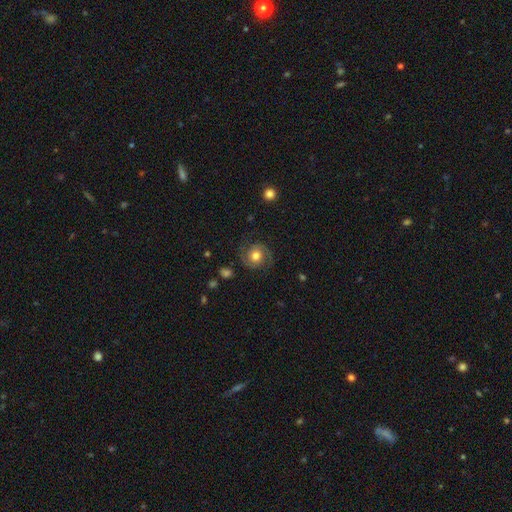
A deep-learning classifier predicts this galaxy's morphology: smooth-or-featured: featured or disk: 69% | smooth: 22% | star or artifact: 9%
  disk-edge-on: no: 98% | yes: 2%
    bar: no: 75% | weak: 21% | strong: 5%
    has-spiral-arms: yes: 93% | no: 7%
      spiral-winding: medium: 47% | tight: 38% | loose: 16%
      spiral-arm-count: 2: 92% | can't tell: 3% | 1: 2% | 3: 1% | 4: 1% | more than 4: 1%
    bulge-size: moderate: 70% | large: 18% | small: 8% | dominant: 2% | none: 1%
  merging: none: 81% | minor disturbance: 12% | major disturbance: 6% | merger: 1%